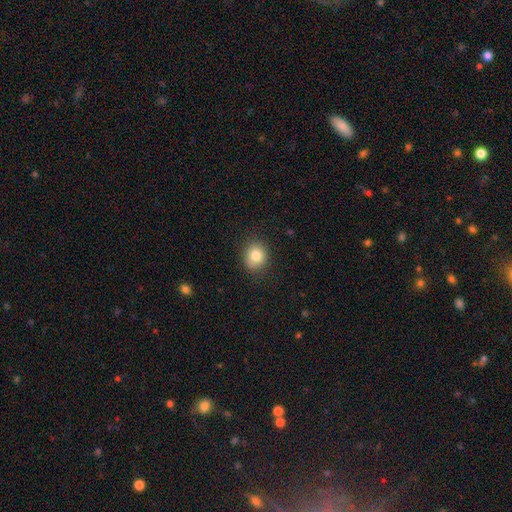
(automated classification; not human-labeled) smooth_or_featured: smooth (p=0.83) [alt: star or artifact p=0.10]
how_rounded: round (p=0.73) [alt: in between p=0.26]
merging: none (p=0.85) [alt: minor disturbance p=0.11]